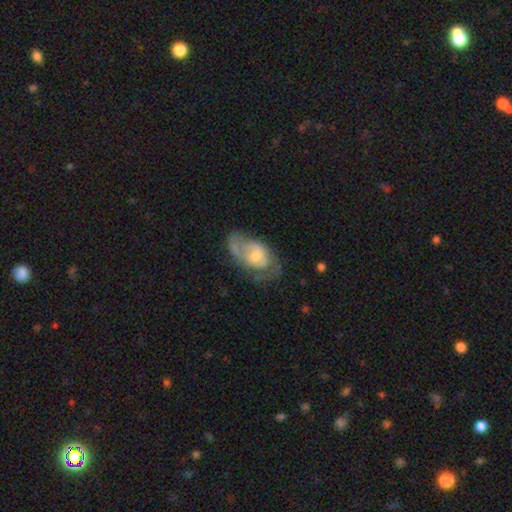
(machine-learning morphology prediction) A featured or disk galaxy (63%) with no bar (71%), spiral arms (67%) and a moderate central bulge (51%).

Vote fractions:
- Smooth or featured? featured or disk: 63% / smooth: 30% / star or artifact: 7%
- Edge-on disk? no: 93% / yes: 7%
- Bar? no: 71% / weak: 25% / strong: 4%
- Spiral arms? yes: 67% / no: 33%
- Bulge size? moderate: 51% / small: 39% / large: 6% / none: 3% / dominant: 1%
- Merging? none: 49% / minor disturbance: 26% / major disturbance: 22% / merger: 3%